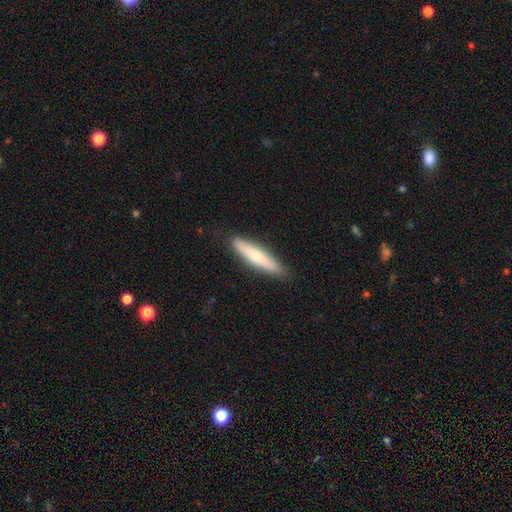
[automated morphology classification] Overall: smooth (59%; featured or disk 34%). How rounded: cigar-shaped (88%). Merging: none (88%).